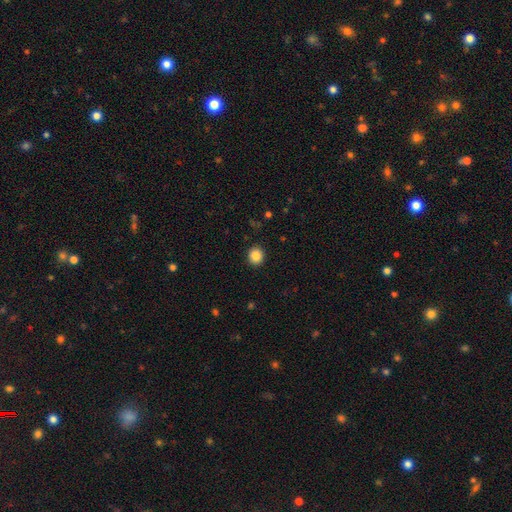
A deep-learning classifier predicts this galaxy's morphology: type=smooth (87%); roundness=round (85%); merging=none (92%).